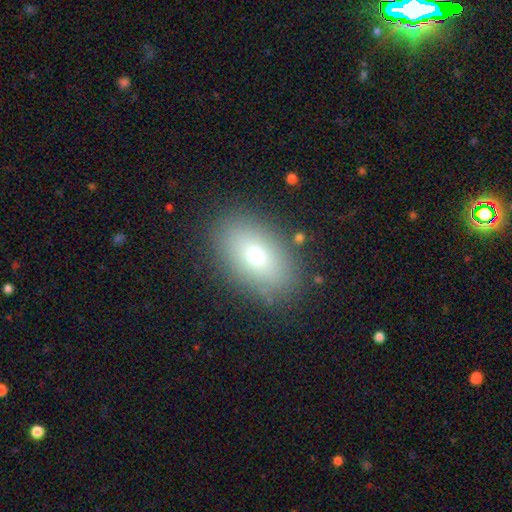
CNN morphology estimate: A smooth galaxy with no disk features (73%) that is in between round and cigar-shaped (89%). Merging: none (84%).